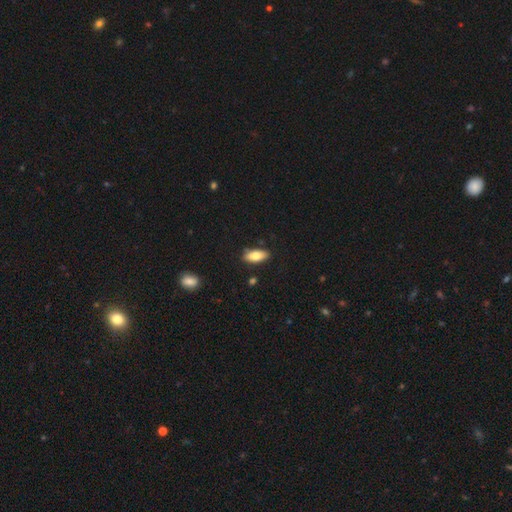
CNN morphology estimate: smooth 77%, featured or disk 17%, star or artifact 6%. Down the decision tree: how rounded — in between (84%); merging — none (86%).